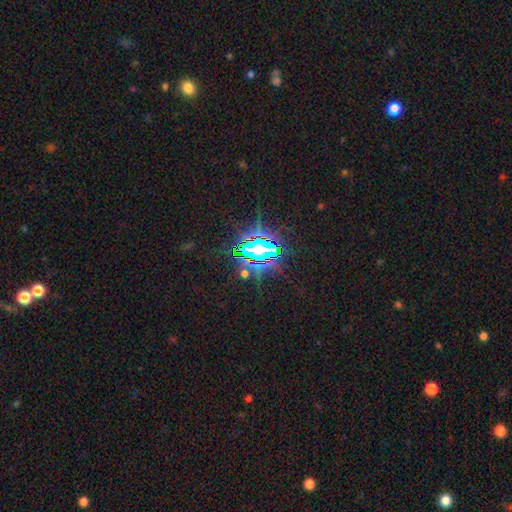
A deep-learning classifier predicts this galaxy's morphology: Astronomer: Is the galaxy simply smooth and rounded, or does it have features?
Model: star or artifact — 82%.